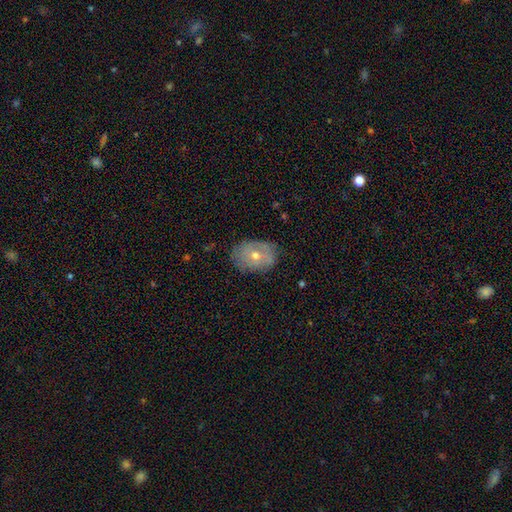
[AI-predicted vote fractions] Morphology: type=smooth (48%); merging=none (74%).